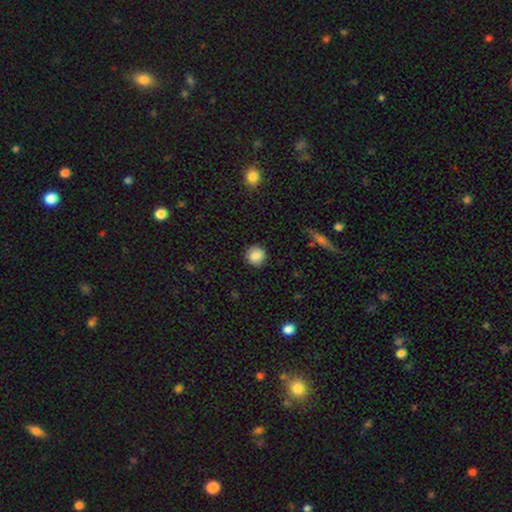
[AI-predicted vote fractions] A smooth galaxy with no disk features (86%) that is round (92%).

Vote fractions:
- Smooth or featured? smooth: 86% / star or artifact: 8% / featured or disk: 6%
- How rounded? round: 92% / in between: 7% / cigar-shaped: 1%
- Merging? none: 89% / minor disturbance: 8% / major disturbance: 2% / merger: 1%